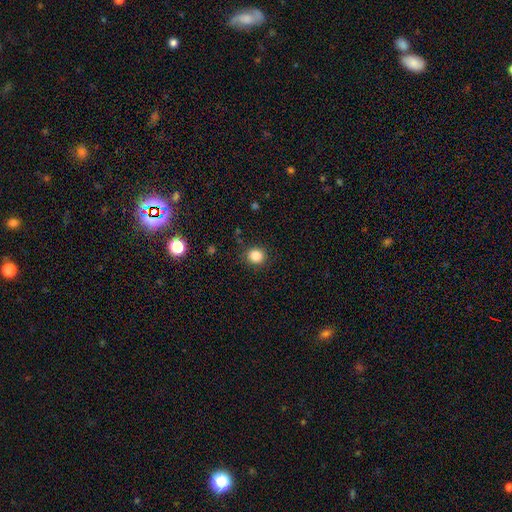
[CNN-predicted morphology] smooth-or-featured: smooth: 85% | star or artifact: 11% | featured or disk: 4%
  how-rounded: round: 86% | in between: 13% | cigar-shaped: 1%
  merging: none: 88% | minor disturbance: 8% | major disturbance: 3% | merger: 1%